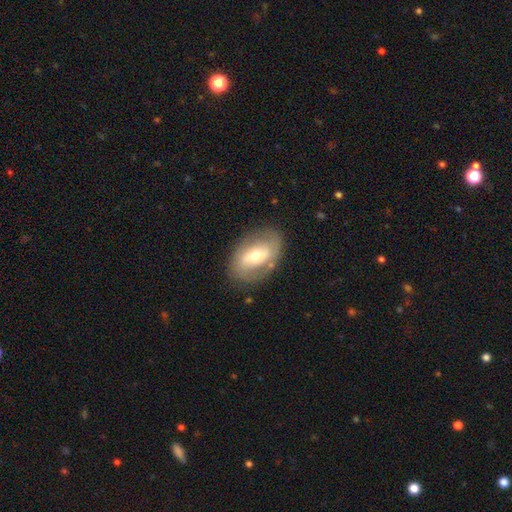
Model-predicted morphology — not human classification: Smooth or featured? featured or disk (53%)
Edge-on disk? no (91%)
Merging? none (76%)